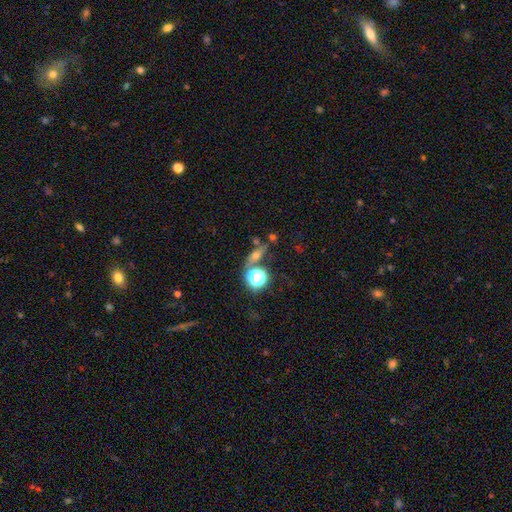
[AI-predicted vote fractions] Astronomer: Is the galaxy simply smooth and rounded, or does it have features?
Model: smooth — 46% (runner-up: star or artifact, 28%).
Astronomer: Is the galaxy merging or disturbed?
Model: none — 61%.